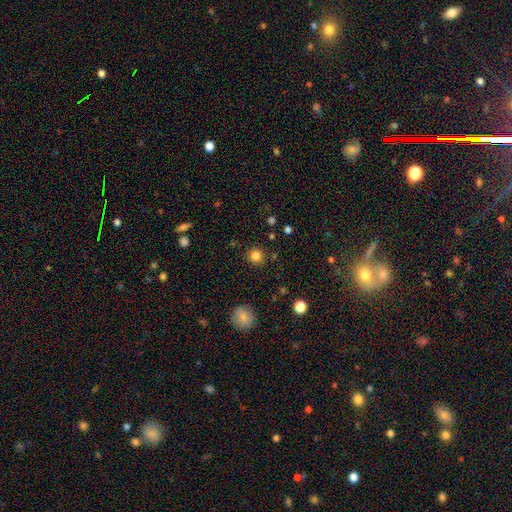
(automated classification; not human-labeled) Overall: smooth (83%). How rounded: round (93%). Merging: none (90%).